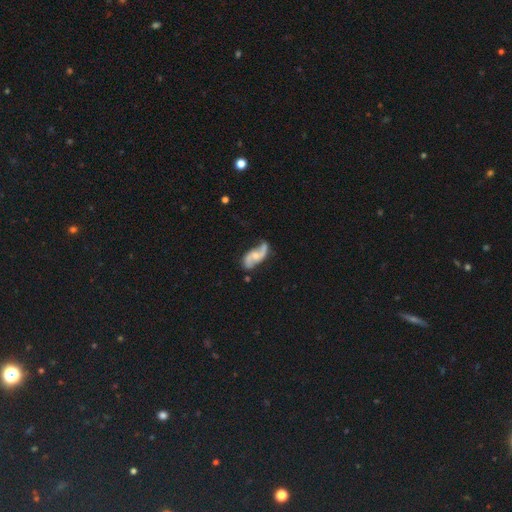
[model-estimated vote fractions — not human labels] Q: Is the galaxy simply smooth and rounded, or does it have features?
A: featured or disk — 80%.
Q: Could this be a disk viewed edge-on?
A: no — 95%.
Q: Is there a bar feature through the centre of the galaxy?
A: no — 54%.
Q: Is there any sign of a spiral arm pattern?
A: yes — 94%.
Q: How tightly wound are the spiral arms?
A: loose — 58%.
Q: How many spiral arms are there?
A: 2 — 90%.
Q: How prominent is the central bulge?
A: small — 47%.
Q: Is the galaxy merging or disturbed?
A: none — 60%.